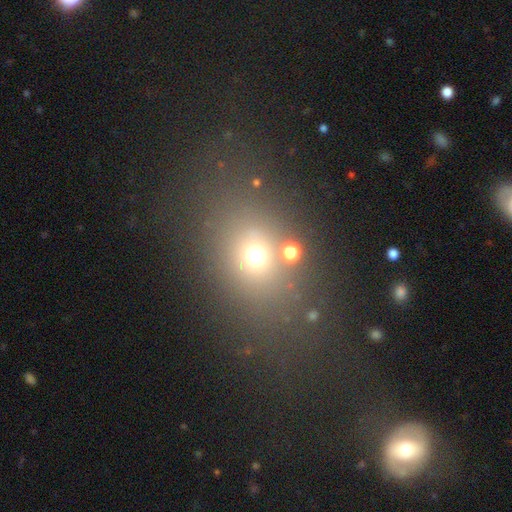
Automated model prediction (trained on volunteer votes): Morphology: type=smooth (64%); roundness=round (54%); merging=none (71%).